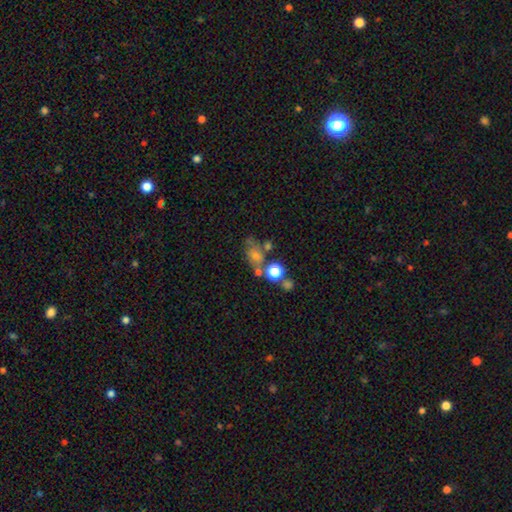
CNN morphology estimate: smooth 55%, featured or disk 24%, star or artifact 21%. Down the decision tree: how rounded — in between (58%); merging — none (44%).